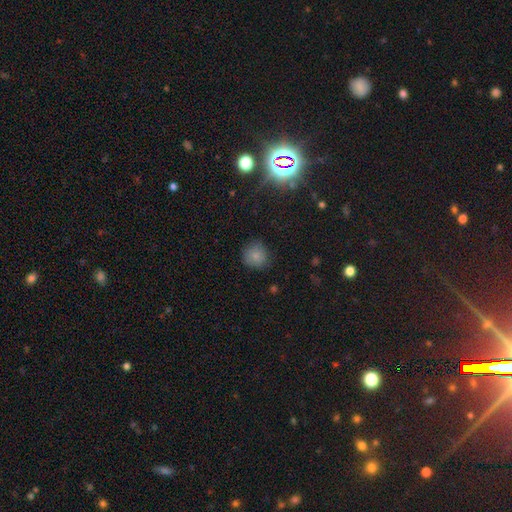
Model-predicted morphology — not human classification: type=smooth (83%); roundness=round (90%); merging=none (81%).